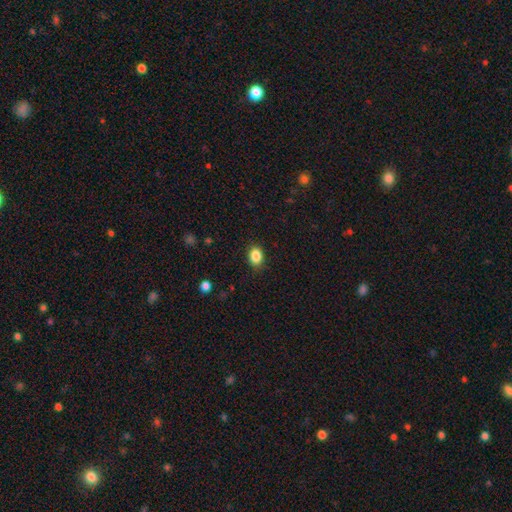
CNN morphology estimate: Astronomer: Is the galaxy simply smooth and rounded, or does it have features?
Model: smooth — 87%.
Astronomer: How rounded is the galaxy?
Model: in between — 68%.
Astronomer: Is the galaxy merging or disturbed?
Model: none — 87%.